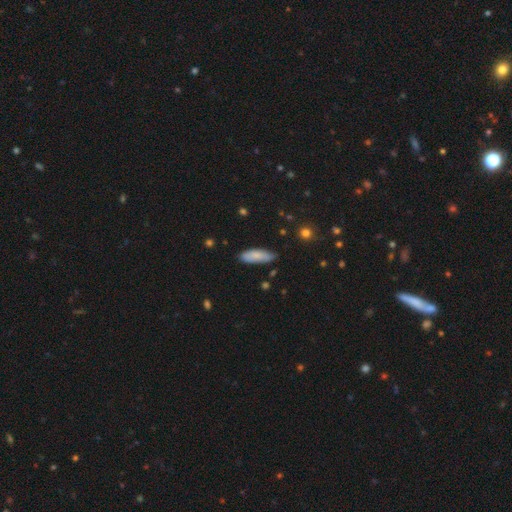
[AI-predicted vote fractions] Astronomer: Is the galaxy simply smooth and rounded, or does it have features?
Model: smooth — 80%.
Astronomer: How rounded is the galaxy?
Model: in between — 60% (runner-up: cigar-shaped, 38%).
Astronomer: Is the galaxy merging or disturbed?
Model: none — 75%.